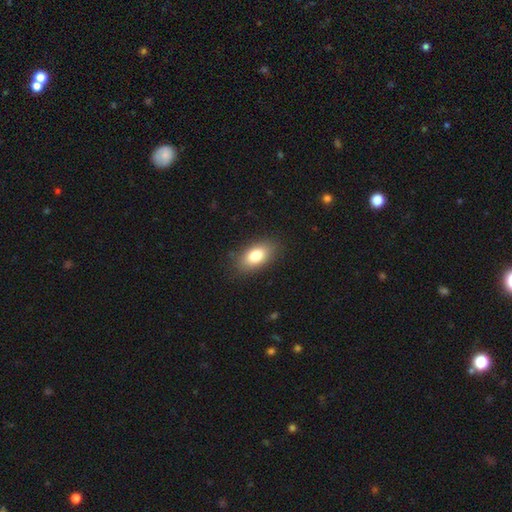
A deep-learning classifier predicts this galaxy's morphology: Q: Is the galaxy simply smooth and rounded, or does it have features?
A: smooth — 82%.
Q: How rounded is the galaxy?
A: in between — 90%.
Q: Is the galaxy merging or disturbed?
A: none — 85%.